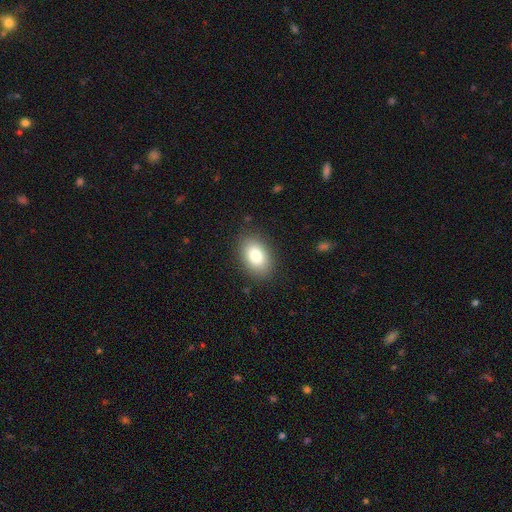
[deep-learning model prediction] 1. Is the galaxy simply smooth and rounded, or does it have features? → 82% smooth, 10% featured or disk, 8% star or artifact.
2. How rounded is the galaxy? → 87% in between, 12% round, 1% cigar-shaped.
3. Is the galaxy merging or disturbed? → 86% none, 10% minor disturbance, 3% major disturbance, 1% merger.